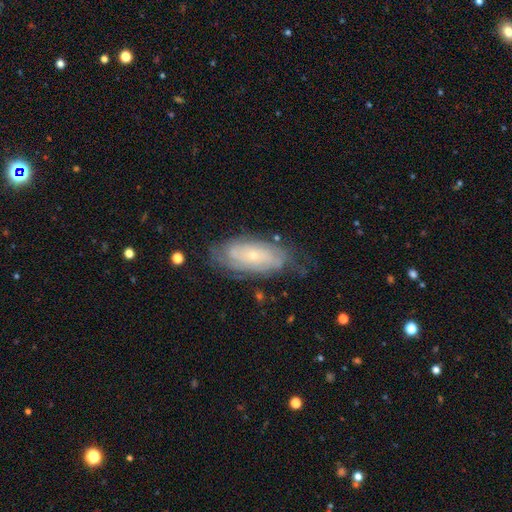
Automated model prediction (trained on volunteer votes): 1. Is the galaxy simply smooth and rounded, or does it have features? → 64% featured or disk, 27% smooth, 8% star or artifact.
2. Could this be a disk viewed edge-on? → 88% no, 12% yes.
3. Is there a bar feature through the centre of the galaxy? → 79% no, 17% weak, 4% strong.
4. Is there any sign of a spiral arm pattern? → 81% yes, 19% no.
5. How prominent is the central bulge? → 78% small, 17% moderate, 2% none, 1% large, 1% dominant.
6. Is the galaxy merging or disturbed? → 71% none, 21% minor disturbance, 7% major disturbance, 2% merger.